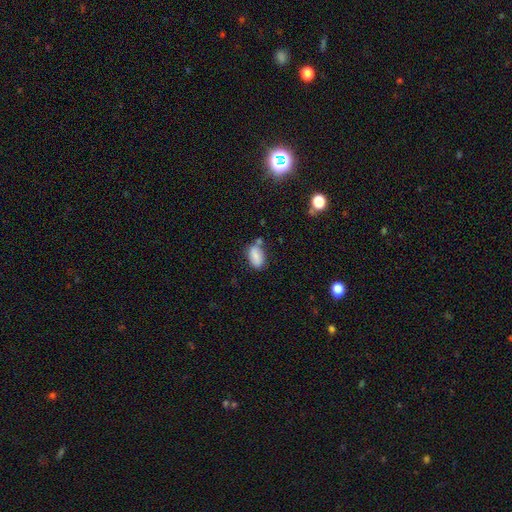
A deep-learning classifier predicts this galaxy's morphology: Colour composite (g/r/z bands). It shows a smooth galaxy with no disk features (78%) that is in between round and cigar-shaped (89%). Merging: none (59%).